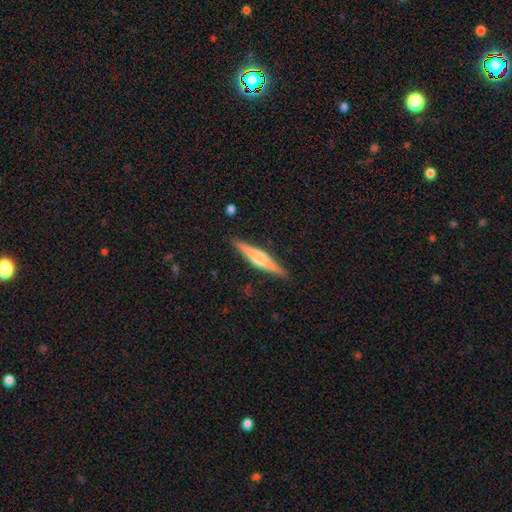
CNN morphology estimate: smooth_or_featured: featured or disk (p=0.69) [alt: smooth p=0.25]
disk_edge_on: yes (p=0.98) [alt: no p=0.02]
edge_on_bulge: rounded (p=0.83) [alt: boxy p=0.12]
merging: none (p=0.91) [alt: minor disturbance p=0.07]